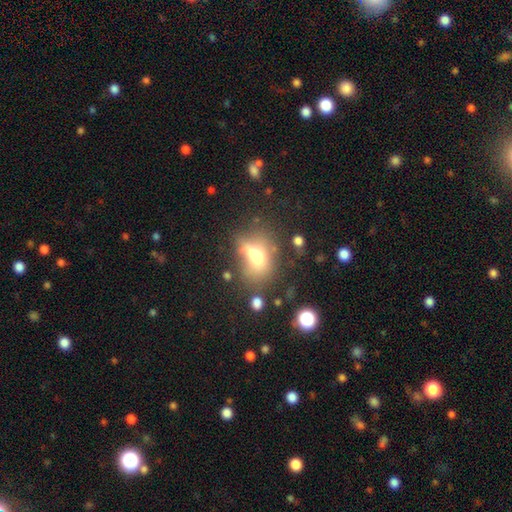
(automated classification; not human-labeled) Smooth or featured?
  - smooth: 61% *
  - featured or disk: 24%
  - star or artifact: 14%
How rounded?
  - in between: 73% *
  - round: 23%
  - cigar-shaped: 4%
Merging?
  - none: 39% *
  - major disturbance: 22%
  - minor disturbance: 22%
  - merger: 18%